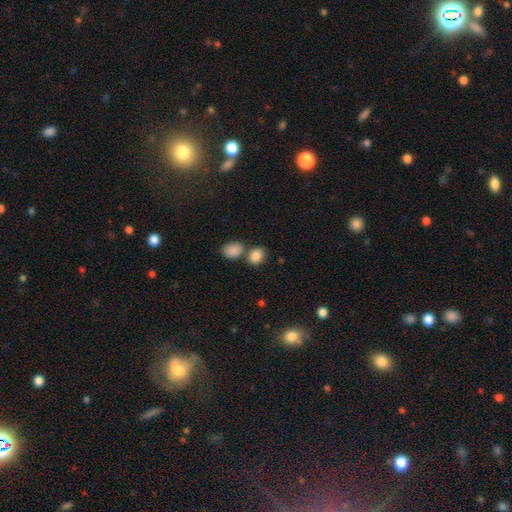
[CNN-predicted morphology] A smooth galaxy with no disk features (86%) that is in between round and cigar-shaped (57%).

Vote fractions:
- Smooth or featured? smooth: 86% / star or artifact: 9% / featured or disk: 5%
- How rounded? in between: 57% / round: 42% / cigar-shaped: 1%
- Merging? none: 58% / merger: 28% / minor disturbance: 10% / major disturbance: 3%